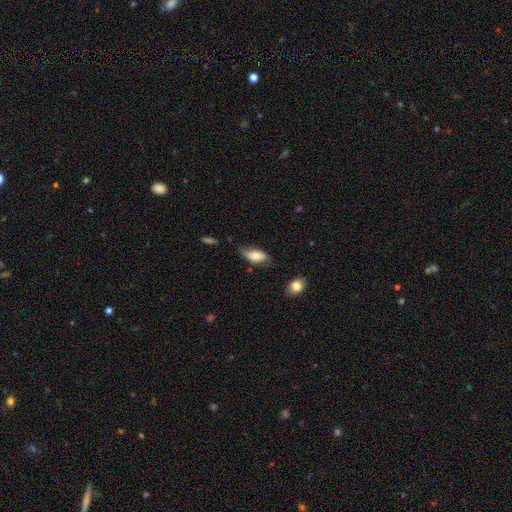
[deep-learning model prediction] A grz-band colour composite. It shows a smooth galaxy with no disk features (72%) that is in between round and cigar-shaped (89%). Merging: none (56%).